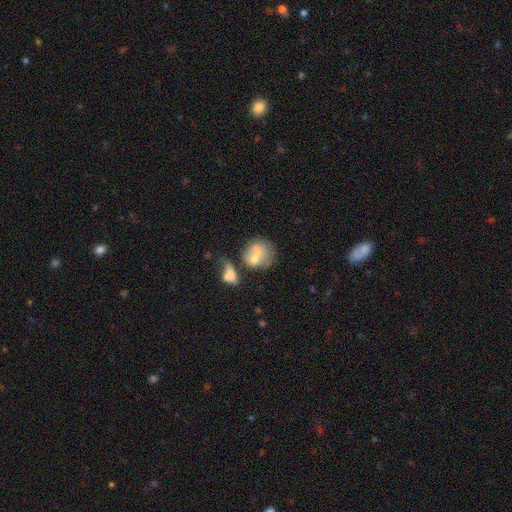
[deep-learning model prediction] This is likely a smooth galaxy (65%). How rounded: likely round (66%). Merging: marginally merger (39%).